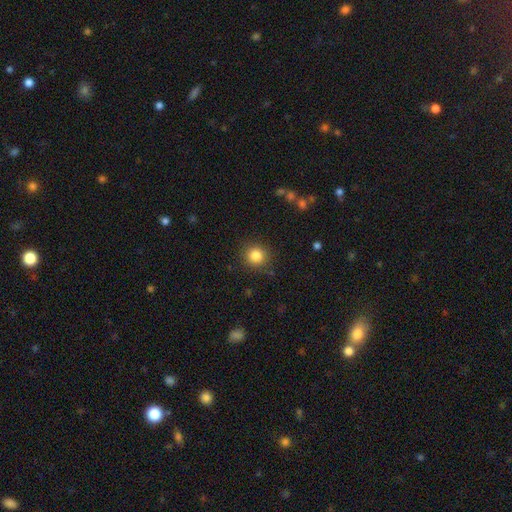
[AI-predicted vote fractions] smooth 84%, star or artifact 11%, featured or disk 5%. Down the decision tree: how rounded — round (93%); merging — none (88%).